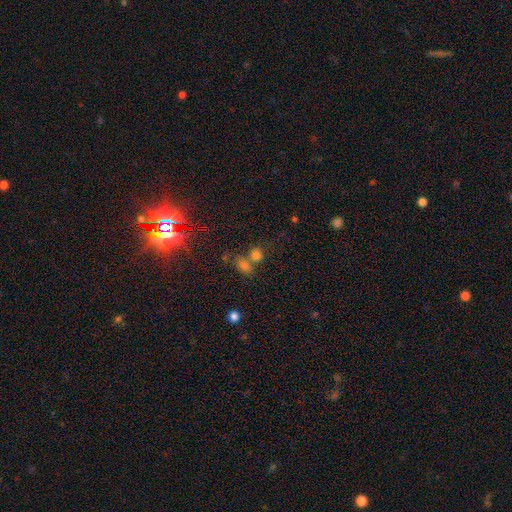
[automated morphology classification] smooth-or-featured: smooth: 60% | star or artifact: 30% | featured or disk: 10%
  how-rounded: round: 58% | in between: 40% | cigar-shaped: 2%
  merging: none: 44% (tied) | merger: 44% (tied) | minor disturbance: 8% | major disturbance: 4%